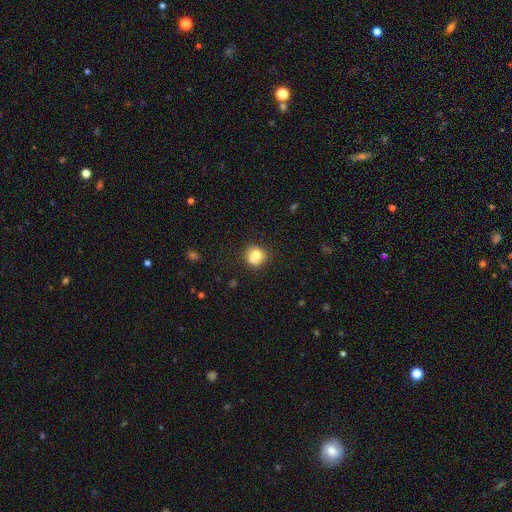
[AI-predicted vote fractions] smooth-or-featured: smooth: 73% | featured or disk: 17% | star or artifact: 10%
  how-rounded: round: 82% | in between: 17% | cigar-shaped: 1%
  merging: none: 47% | merger: 36% | minor disturbance: 13% | major disturbance: 4%